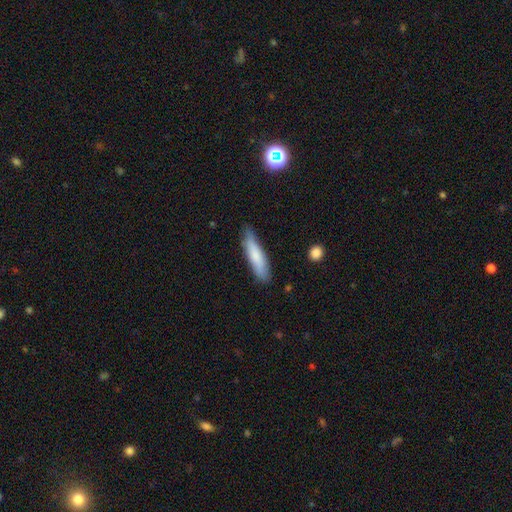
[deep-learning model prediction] Smooth or featured?
  - smooth: 77% *
  - featured or disk: 17%
  - star or artifact: 6%
How rounded?
  - cigar-shaped: 78% *
  - in between: 20%
  - round: 1%
Merging?
  - none: 80% *
  - minor disturbance: 16%
  - major disturbance: 3%
  - merger: 1%